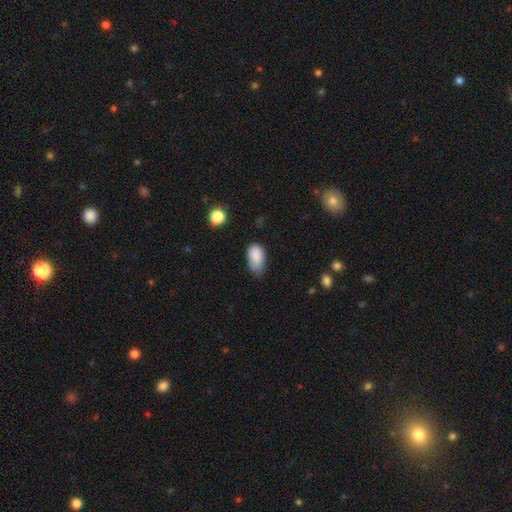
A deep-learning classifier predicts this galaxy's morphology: Smooth or featured? smooth (86%)
How rounded? in between (92%)
Merging? none (47%)